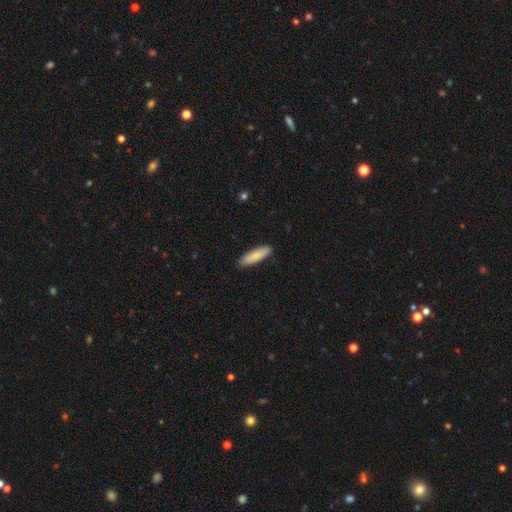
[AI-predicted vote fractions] This appears to be a smooth galaxy with no disk features (86%) that is cigar-shaped (63%). Merging: none (89%).